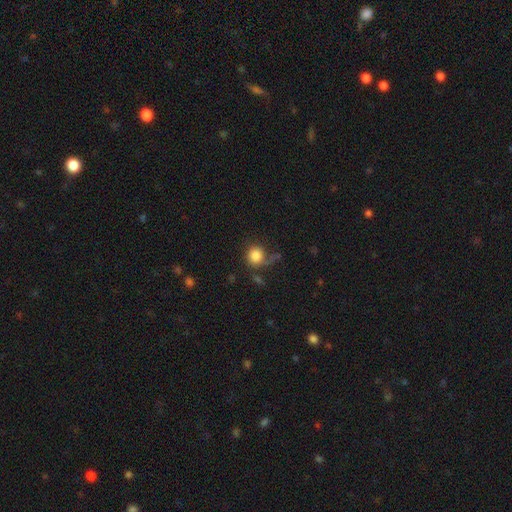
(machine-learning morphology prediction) A smooth galaxy with no disk features (83%) that is round (88%). Merging: none (59%).